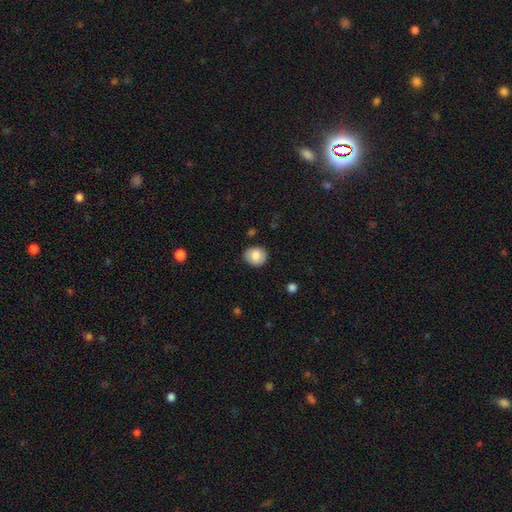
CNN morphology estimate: Q: Smooth or featured?
A: smooth (82%); runner-up: featured or disk (11%)
Q: How rounded?
A: round (66%); runner-up: in between (33%)
Q: Merging?
A: none (86%); runner-up: minor disturbance (10%)